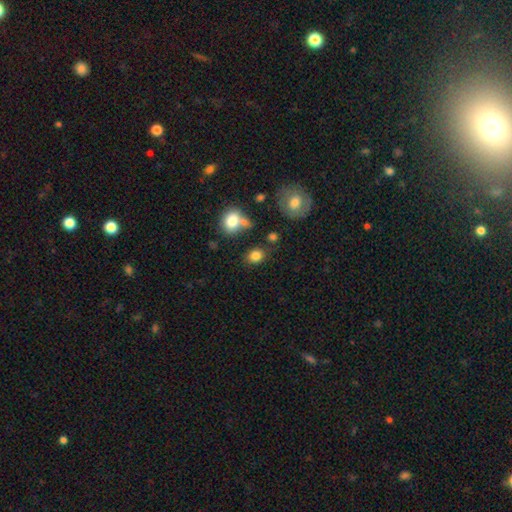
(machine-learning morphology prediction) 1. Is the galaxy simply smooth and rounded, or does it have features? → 82% smooth, 11% star or artifact, 7% featured or disk.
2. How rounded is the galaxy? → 52% in between, 46% round, 1% cigar-shaped.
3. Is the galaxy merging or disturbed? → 74% none, 13% minor disturbance, 8% merger, 4% major disturbance.